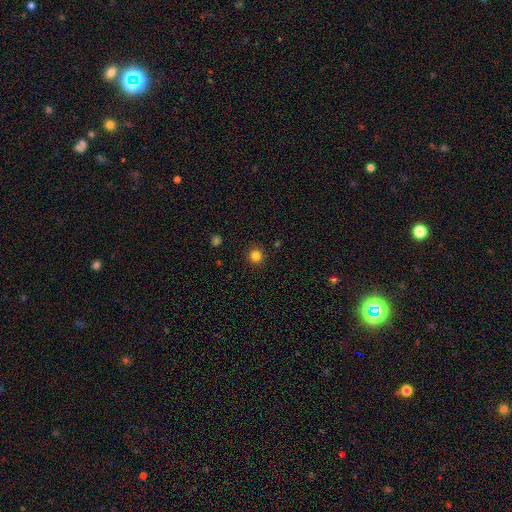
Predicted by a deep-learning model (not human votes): A smooth galaxy with no disk features (84%) that is round (95%).

Vote fractions:
- Smooth or featured? smooth: 84% / star or artifact: 12% / featured or disk: 4%
- How rounded? round: 95% / in between: 4% / cigar-shaped: 1%
- Merging? none: 92% / minor disturbance: 5% / major disturbance: 2% / merger: 1%